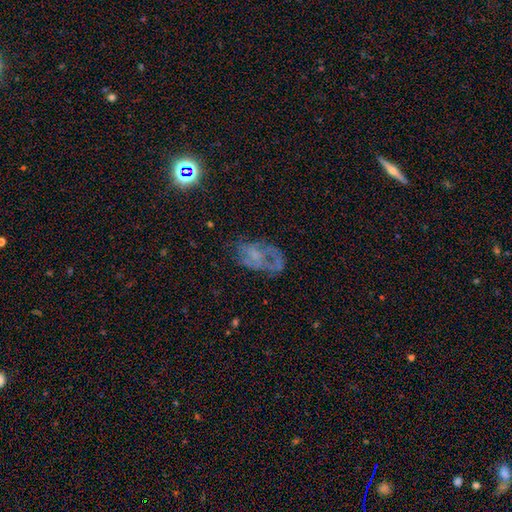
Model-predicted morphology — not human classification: type=featured or disk (56%); edge-on=no (96%); bar=no (77%); spiral arms=no (56%); bulge=none (43%); merging=none (46%).